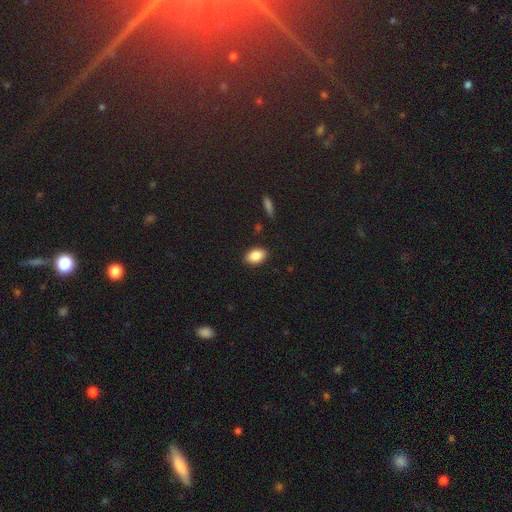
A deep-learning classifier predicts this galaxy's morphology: This is clearly a smooth galaxy (86%). How rounded: clearly in between (89%). Merging: clearly none (88%).